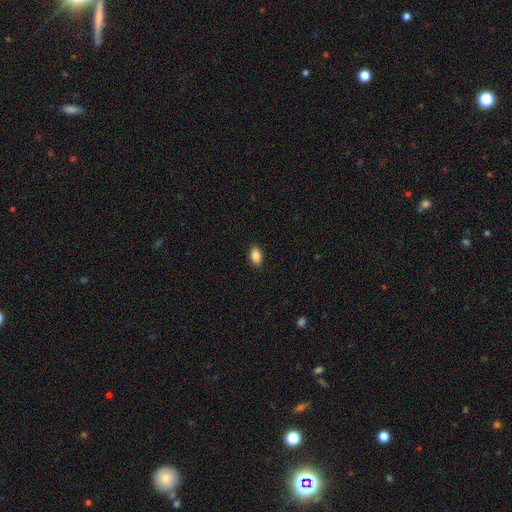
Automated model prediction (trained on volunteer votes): Smooth or featured?
  - smooth: 88% *
  - star or artifact: 8%
  - featured or disk: 4%
How rounded?
  - in between: 90% *
  - round: 8%
  - cigar-shaped: 2%
Merging?
  - none: 89% *
  - minor disturbance: 8%
  - major disturbance: 2%
  - merger: 1%